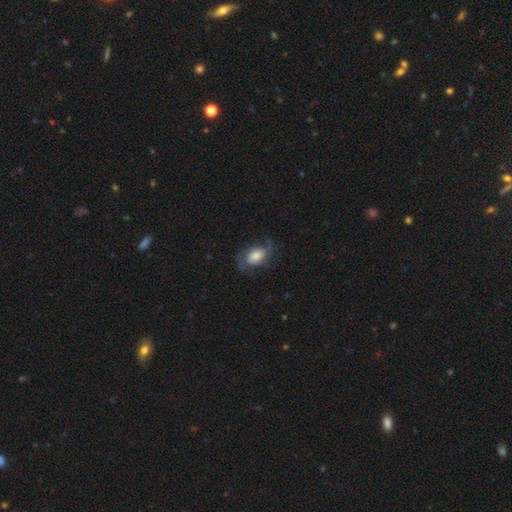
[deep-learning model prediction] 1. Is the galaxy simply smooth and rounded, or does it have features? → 62% featured or disk, 30% smooth, 8% star or artifact.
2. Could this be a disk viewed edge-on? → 96% no, 4% yes.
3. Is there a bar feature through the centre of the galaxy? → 63% no, 30% weak, 7% strong.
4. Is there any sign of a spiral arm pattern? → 90% yes, 10% no.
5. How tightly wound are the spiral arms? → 44% medium, 39% loose, 17% tight.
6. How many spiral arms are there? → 80% 2, 8% can't tell, 5% 1, 4% 3, 2% 4, 2% more than 4.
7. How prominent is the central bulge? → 42% large, 29% moderate, 13% small, 9% dominant, 8% none.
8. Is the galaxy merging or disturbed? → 63% none, 21% minor disturbance, 15% major disturbance, 1% merger.